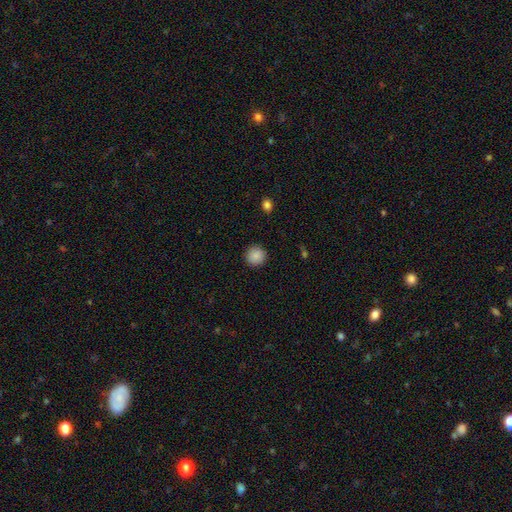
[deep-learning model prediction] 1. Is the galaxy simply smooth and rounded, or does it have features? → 88% smooth, 8% star or artifact, 3% featured or disk.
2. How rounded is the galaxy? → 94% round, 5% in between, 1% cigar-shaped.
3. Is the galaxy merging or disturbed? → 92% none, 5% minor disturbance, 2% major disturbance, 1% merger.